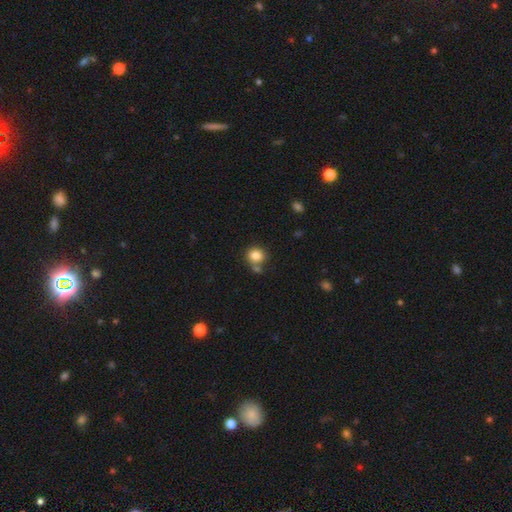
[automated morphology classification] This appears to be a smooth galaxy with no disk features (83%) that is round (83%). Merging: none (64%).